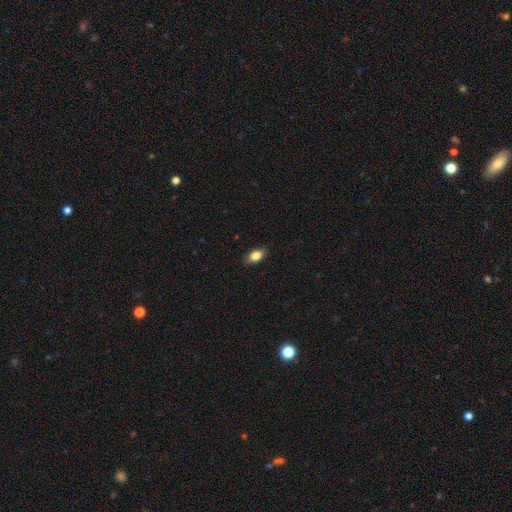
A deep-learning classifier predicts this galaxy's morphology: A smooth galaxy with no disk features (84%) that is in between round and cigar-shaped (87%). Merging: none (86%).